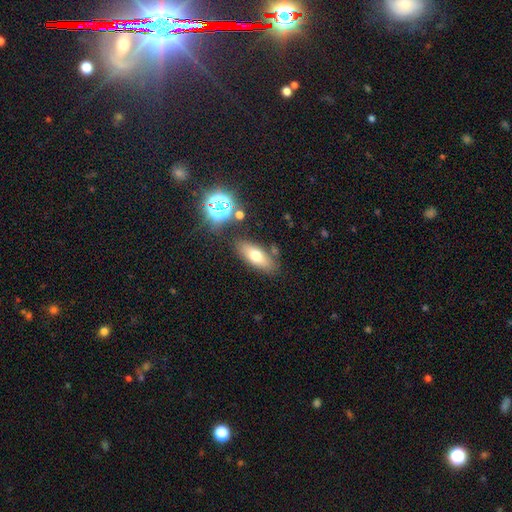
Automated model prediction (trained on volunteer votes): Smooth or featured? Predicted: smooth (p=0.66). How rounded? Predicted: in between (p=0.74). Merging? Predicted: none (p=0.79).